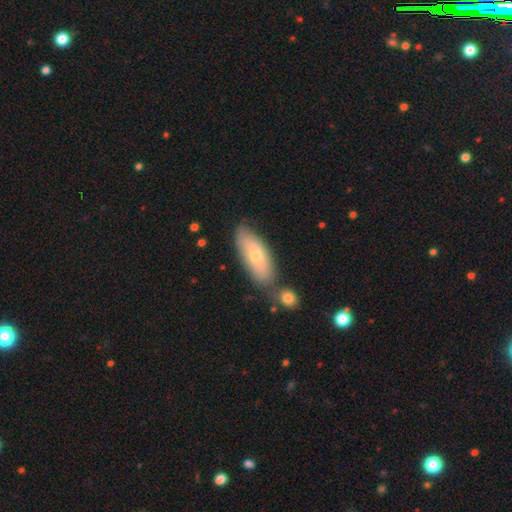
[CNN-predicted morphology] smooth_or_featured: smooth (p=0.64) [alt: featured or disk p=0.29]
how_rounded: in between (p=0.74) [alt: cigar-shaped p=0.23]
merging: none (p=0.68) [alt: minor disturbance p=0.17]